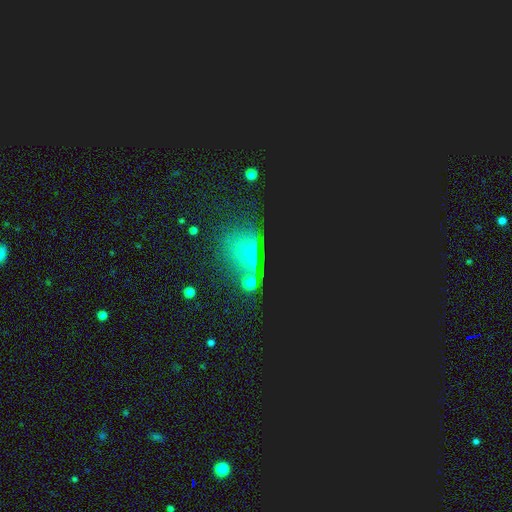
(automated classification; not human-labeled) A star or artifact, not a galaxy (54%).